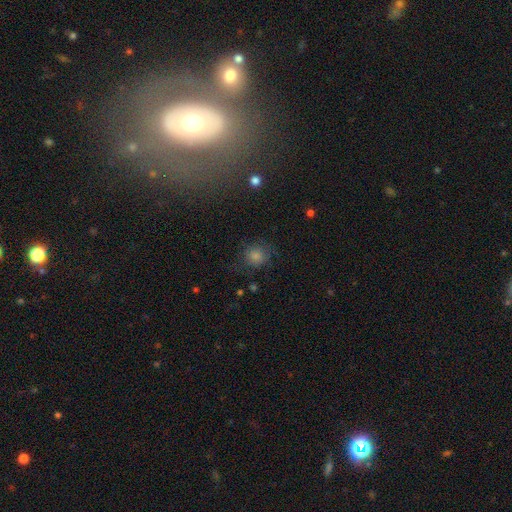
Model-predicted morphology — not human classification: Smooth or featured: smooth — 66% (star or artifact — 21%)
How rounded: round — 86% (in between — 13%)
Merging: none — 76% (minor disturbance — 14%)